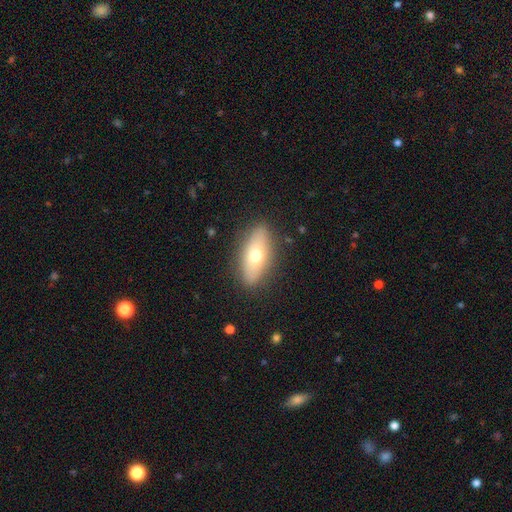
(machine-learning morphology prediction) Smooth or featured?
  - smooth: 61% *
  - featured or disk: 32%
  - star or artifact: 7%
How rounded?
  - in between: 73% *
  - cigar-shaped: 23%
  - round: 4%
Merging?
  - none: 87% *
  - minor disturbance: 9%
  - major disturbance: 2%
  - merger: 1%